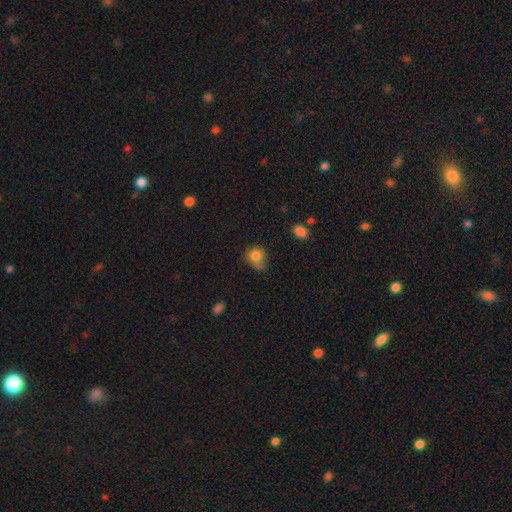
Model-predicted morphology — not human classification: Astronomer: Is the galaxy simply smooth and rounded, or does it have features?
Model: smooth — 80%.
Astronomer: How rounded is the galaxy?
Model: round — 70%.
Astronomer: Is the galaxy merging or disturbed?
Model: none — 43% (runner-up: minor disturbance, 35%).